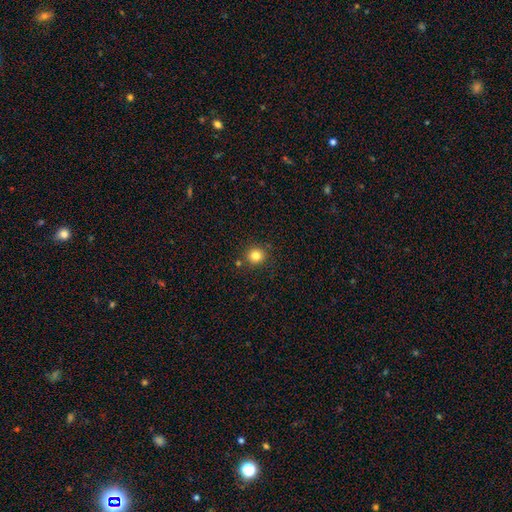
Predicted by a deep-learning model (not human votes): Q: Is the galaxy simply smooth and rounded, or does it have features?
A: smooth — 82%.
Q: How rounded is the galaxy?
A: round — 92%.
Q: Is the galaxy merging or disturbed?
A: none — 86%.